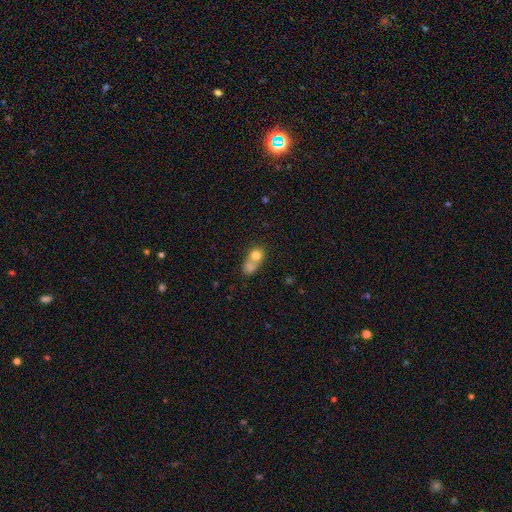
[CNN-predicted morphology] The model was most divided on "how rounded": round: 68%, in between: 30%, cigar-shaped: 2%. More confident: smooth or featured — smooth (74%); merging — merger (66%).